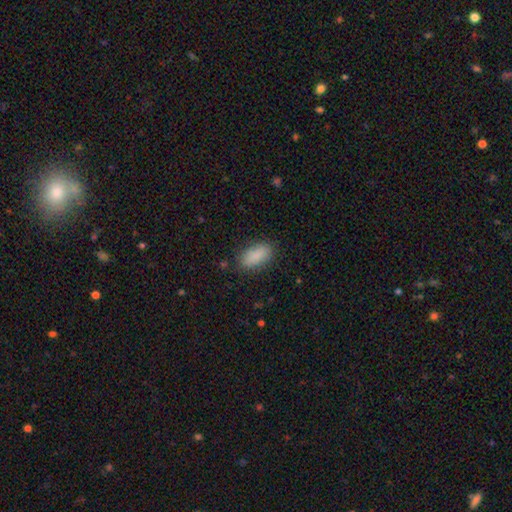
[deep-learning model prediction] Smooth or featured?
  - smooth: 88% *
  - star or artifact: 7%
  - featured or disk: 5%
How rounded?
  - in between: 86% *
  - cigar-shaped: 11%
  - round: 3%
Merging?
  - none: 84% *
  - minor disturbance: 12%
  - major disturbance: 3%
  - merger: 1%